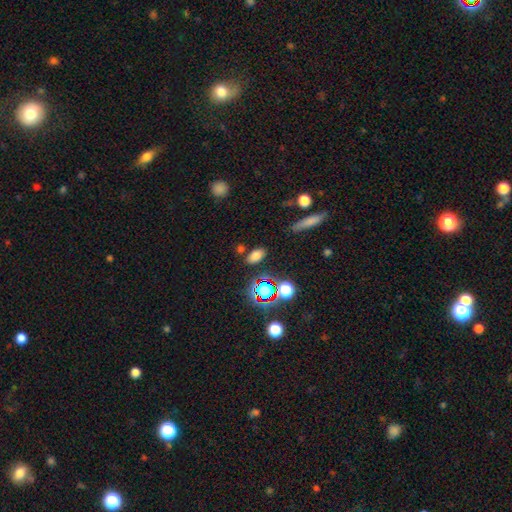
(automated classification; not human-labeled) smooth-or-featured: smooth: 75% | star or artifact: 17% | featured or disk: 8%
  how-rounded: in between: 88% | round: 8% | cigar-shaped: 4%
  merging: none: 80% | minor disturbance: 10% | merger: 6% | major disturbance: 3%